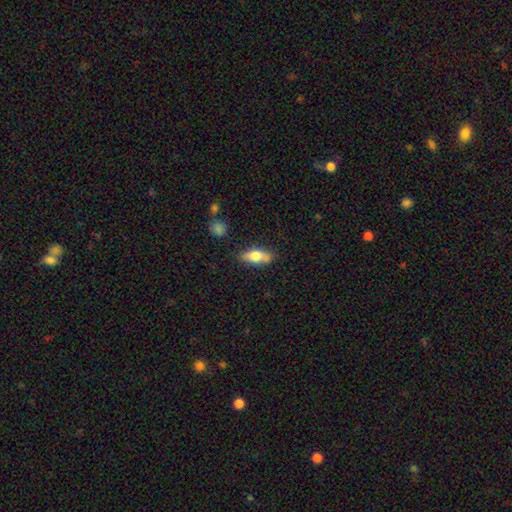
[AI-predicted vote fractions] Smooth or featured: smooth — 71% (featured or disk — 22%)
How rounded: in between — 78% (cigar-shaped — 18%)
Merging: none — 73% (minor disturbance — 19%)